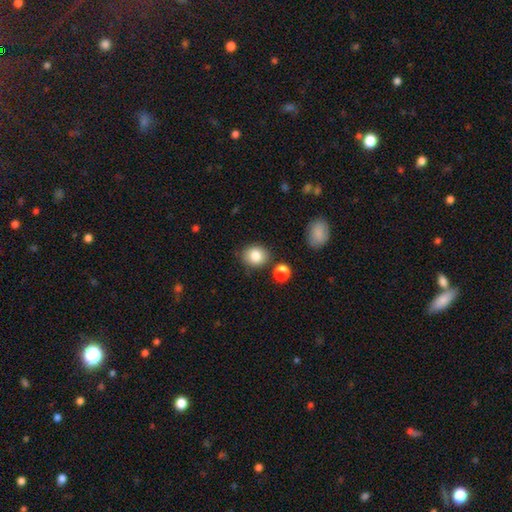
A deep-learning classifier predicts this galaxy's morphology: smooth 84%, star or artifact 9%, featured or disk 7%. Down the decision tree: how rounded — round (68%); merging — none (80%).